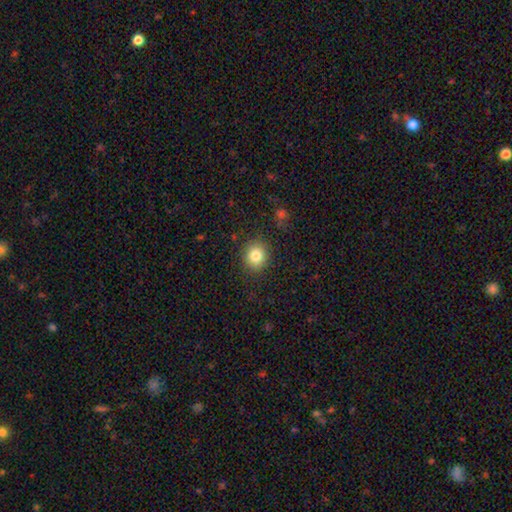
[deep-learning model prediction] smooth 83%, star or artifact 10%, featured or disk 7%. Down the decision tree: how rounded — round (80%); merging — none (88%).